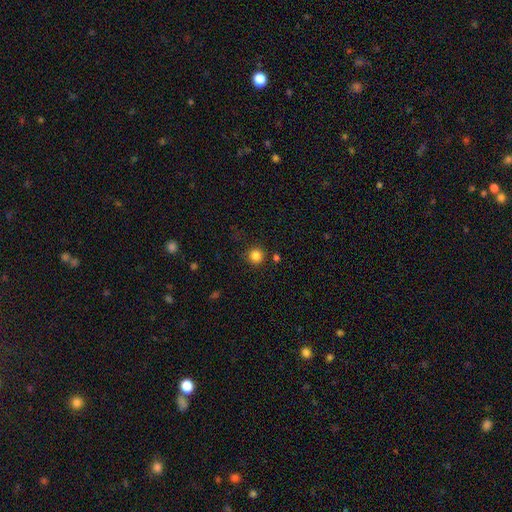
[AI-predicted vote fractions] This is clearly a smooth galaxy (84%). How rounded: clearly round (94%). Merging: clearly none (87%).